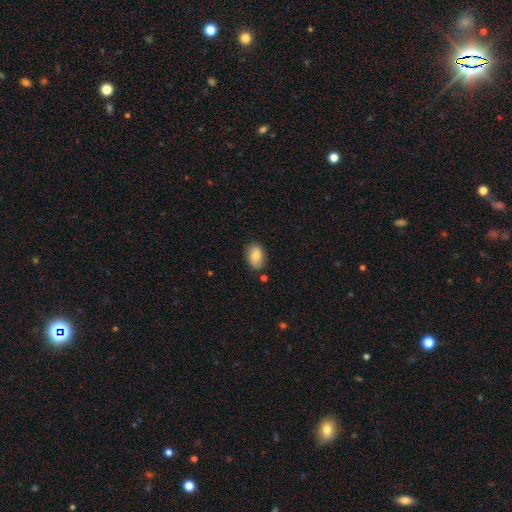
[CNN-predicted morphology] smooth 82%, featured or disk 11%, star or artifact 7%. Down the decision tree: how rounded — in between (88%); merging — none (79%).